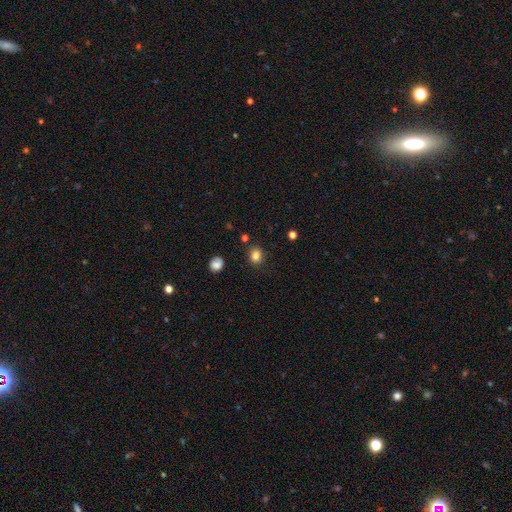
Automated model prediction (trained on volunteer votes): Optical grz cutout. It shows a smooth galaxy with no disk features (82%) that is round (67%). Merging: none (87%).